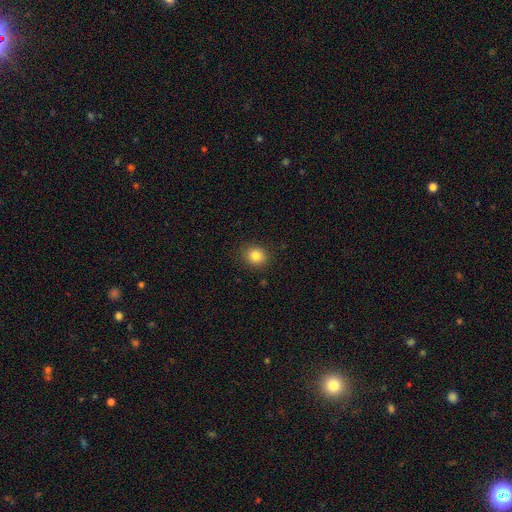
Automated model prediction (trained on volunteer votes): Smooth or featured: smooth — 83% (star or artifact — 11%)
How rounded: round — 74% (in between — 25%)
Merging: none — 89% (minor disturbance — 7%)